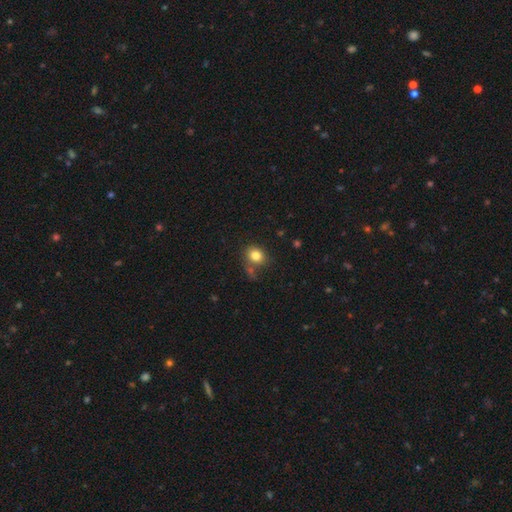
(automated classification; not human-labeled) A smooth galaxy with no disk features (81%) that is round (63%).

Vote fractions:
- Smooth or featured? smooth: 81% / star or artifact: 11% / featured or disk: 8%
- How rounded? round: 63% / in between: 36% / cigar-shaped: 1%
- Merging? none: 66% / minor disturbance: 17% / merger: 11% / major disturbance: 6%